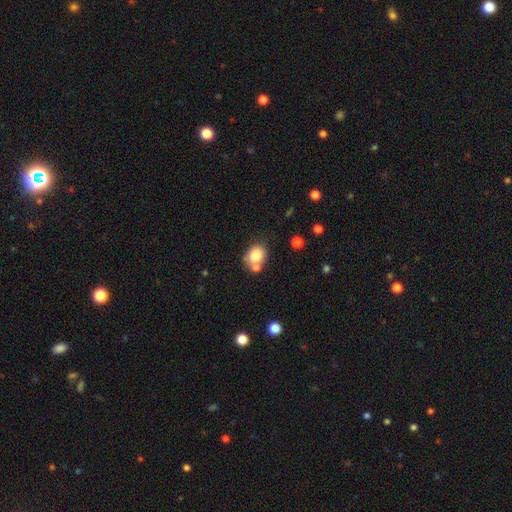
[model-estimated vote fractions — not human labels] A smooth galaxy with no disk features (82%) that is round (52%). Merging: none (57%).